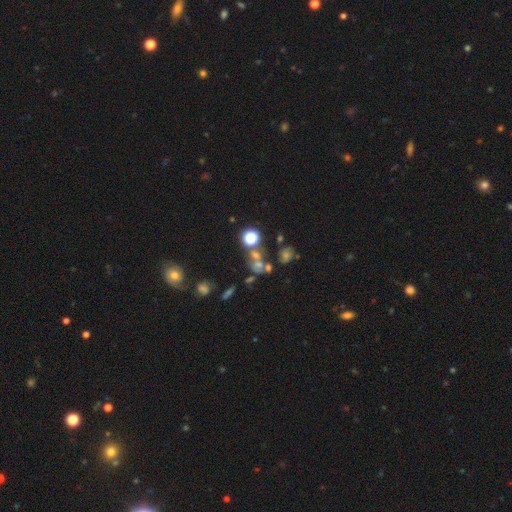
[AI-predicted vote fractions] smooth_or_featured: star or artifact (p=0.41) [alt: smooth p=0.40]